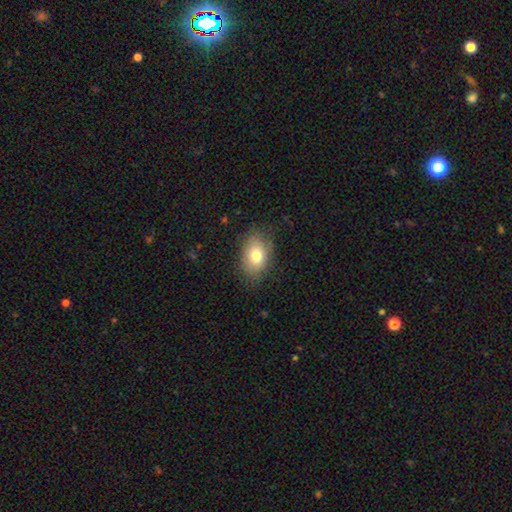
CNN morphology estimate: A smooth galaxy with no disk features (77%) that is in between round and cigar-shaped (85%). Merging: none (80%).